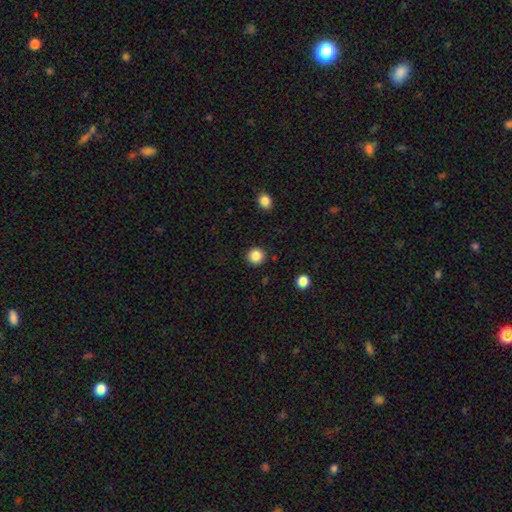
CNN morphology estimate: smooth 86%, star or artifact 10%, featured or disk 3%. Down the decision tree: how rounded — round (94%); merging — none (92%).